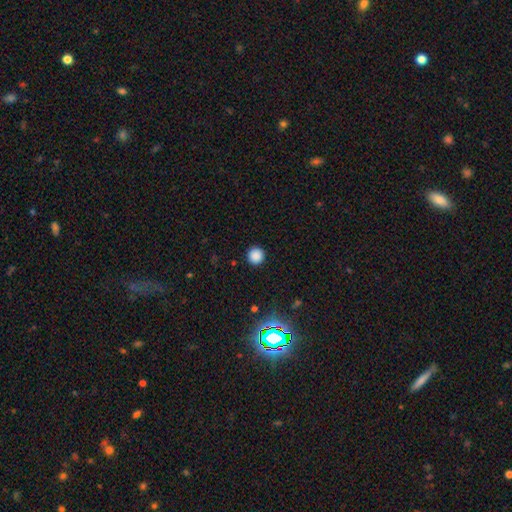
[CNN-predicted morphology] Overall: smooth (85%). How rounded: round (95%). Merging: none (92%).